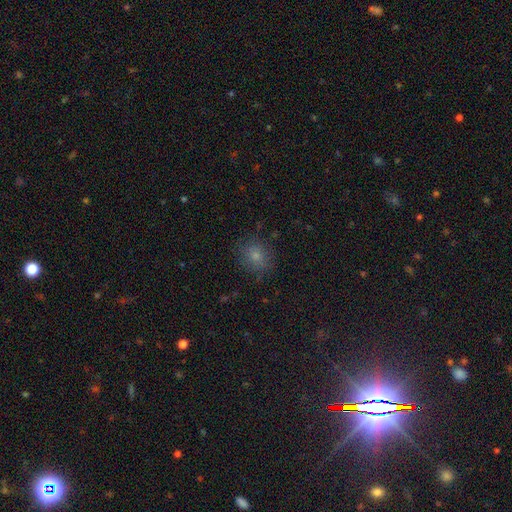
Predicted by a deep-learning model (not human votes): A smooth galaxy with no disk features (77%) that is round (75%).

Vote fractions:
- Smooth or featured? smooth: 77% / star or artifact: 14% / featured or disk: 9%
- How rounded? round: 75% / in between: 24% / cigar-shaped: 1%
- Merging? none: 82% / minor disturbance: 13% / major disturbance: 4% / merger: 1%